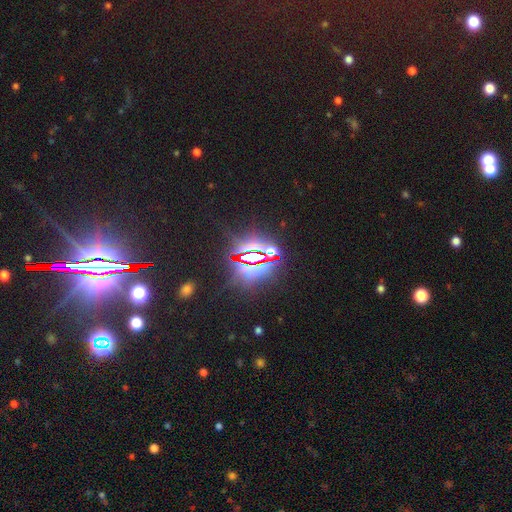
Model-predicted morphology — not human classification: This appears to be a star or artifact, not a galaxy (82%).